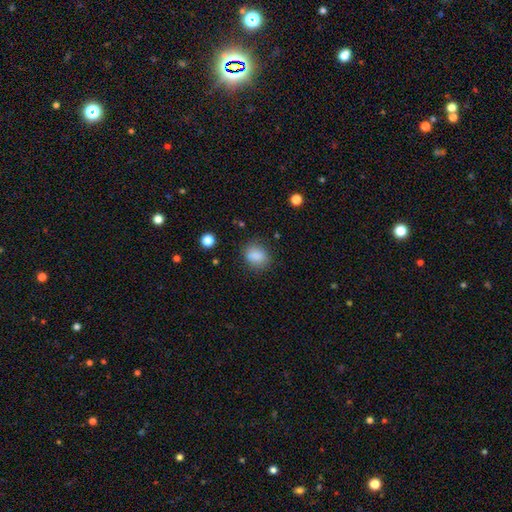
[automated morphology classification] Smooth or featured? smooth (85%)
How rounded? round (52%)
Merging? none (79%)